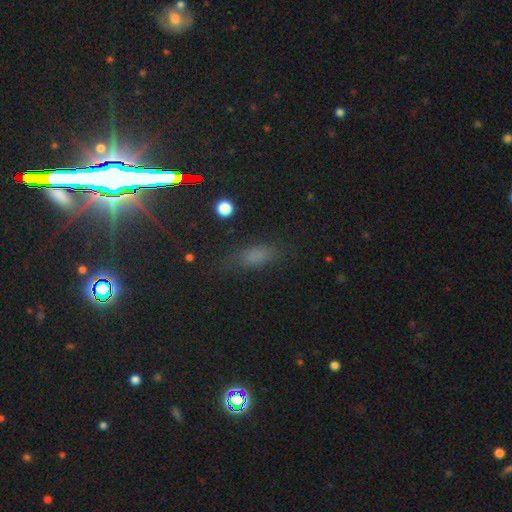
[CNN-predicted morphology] smooth-or-featured: smooth: 65% | star or artifact: 25% | featured or disk: 10%
  how-rounded: in between: 72% | cigar-shaped: 21% | round: 8%
  merging: none: 73% | minor disturbance: 17% | major disturbance: 7% | merger: 2%